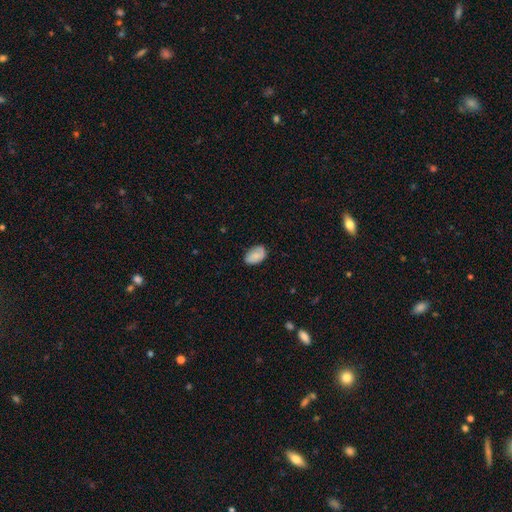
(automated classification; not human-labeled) Smooth or featured? smooth (76%)
How rounded? in between (88%)
Merging? none (71%)